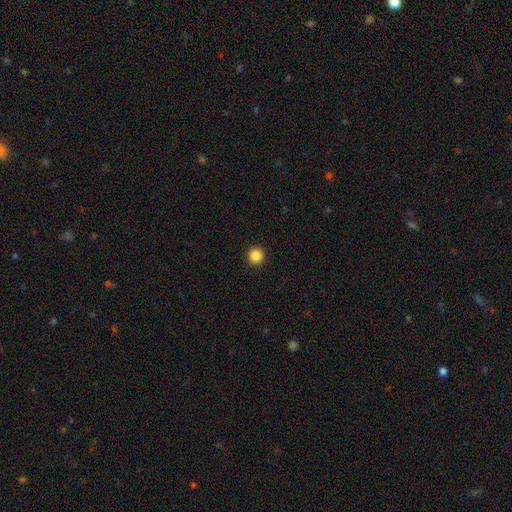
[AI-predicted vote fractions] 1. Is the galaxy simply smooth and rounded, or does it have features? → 87% smooth, 11% star or artifact, 3% featured or disk.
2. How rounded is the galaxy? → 95% round, 4% in between, 1% cigar-shaped.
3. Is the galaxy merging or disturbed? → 94% none, 4% minor disturbance, 2% major disturbance, 1% merger.